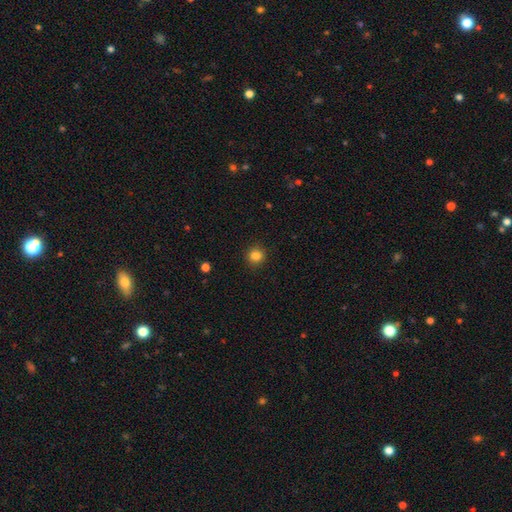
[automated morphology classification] Smooth or featured?
  - smooth: 84% *
  - star or artifact: 12%
  - featured or disk: 4%
How rounded?
  - round: 92% *
  - in between: 7%
  - cigar-shaped: 1%
Merging?
  - none: 91% *
  - minor disturbance: 6%
  - major disturbance: 2%
  - merger: 1%